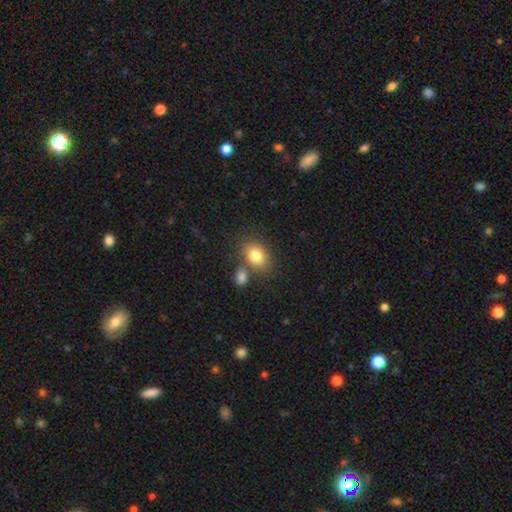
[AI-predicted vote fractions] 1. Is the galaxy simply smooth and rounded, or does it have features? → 81% smooth, 10% featured or disk, 9% star or artifact.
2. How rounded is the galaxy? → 70% in between, 29% round, 1% cigar-shaped.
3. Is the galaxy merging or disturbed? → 63% none, 21% merger, 12% minor disturbance, 4% major disturbance.